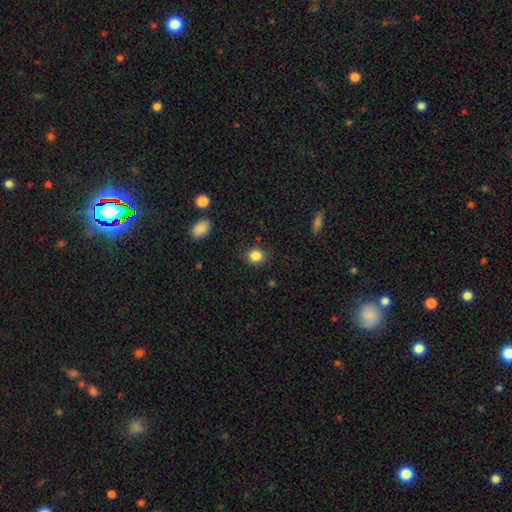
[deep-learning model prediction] Smooth or featured? smooth (86%)
How rounded? round (82%)
Merging? none (88%)